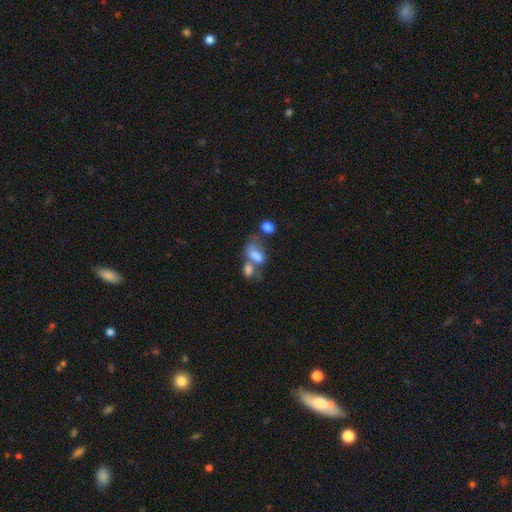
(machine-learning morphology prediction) A smooth galaxy with no disk features (65%) that is in between round and cigar-shaped (85%).

Vote fractions:
- Smooth or featured? smooth: 65% / featured or disk: 23% / star or artifact: 12%
- How rounded? in between: 85% / round: 11% / cigar-shaped: 3%
- Merging? merger: 58% / major disturbance: 16% / none: 16% / minor disturbance: 10%